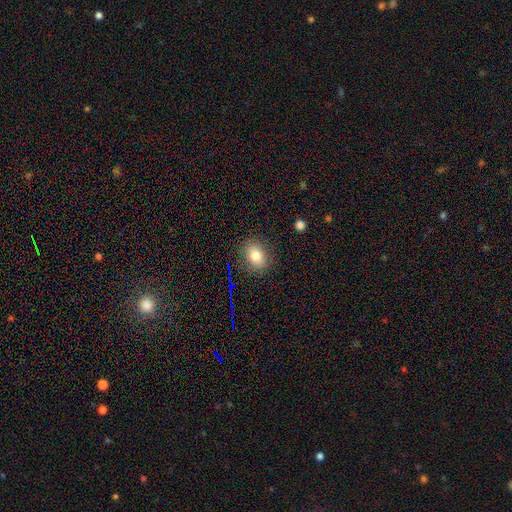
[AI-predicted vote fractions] This is likely a smooth galaxy (79%). How rounded: possibly in between (57%). Merging: clearly none (83%).